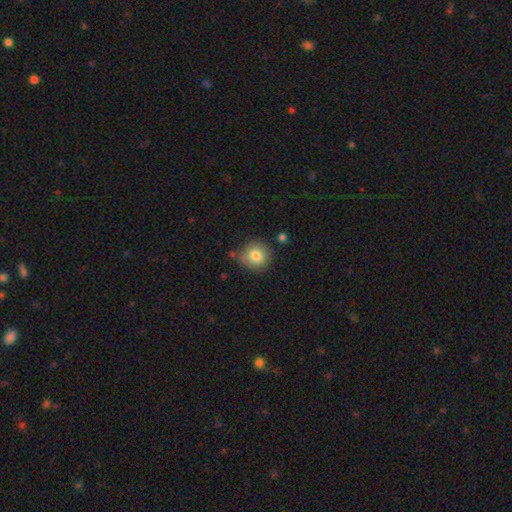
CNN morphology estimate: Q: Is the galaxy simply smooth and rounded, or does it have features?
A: smooth — 81%.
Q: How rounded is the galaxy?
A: round — 89%.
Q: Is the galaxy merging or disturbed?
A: none — 74%.